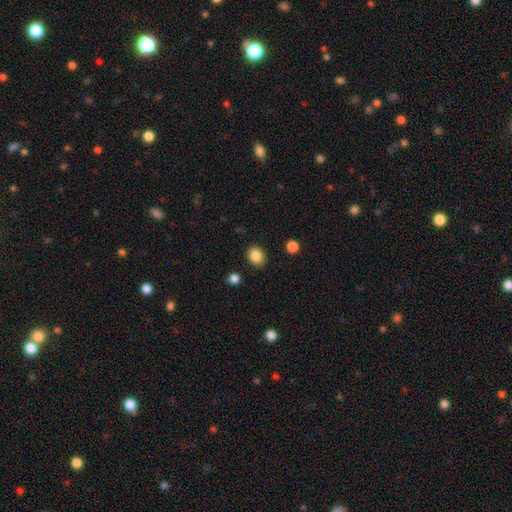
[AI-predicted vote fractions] Morphology: type=smooth (86%); roundness=round (63%); merging=none (88%).